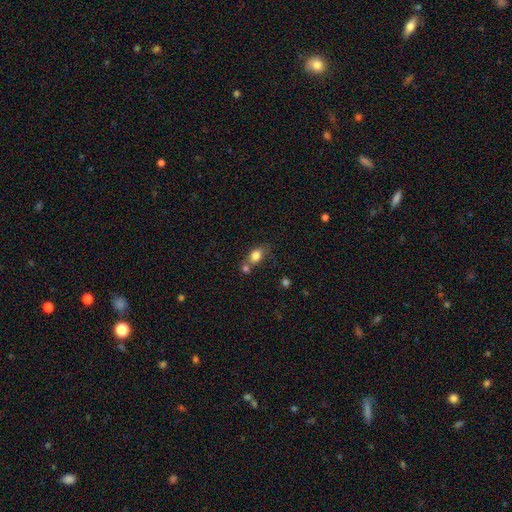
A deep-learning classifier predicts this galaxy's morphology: type=smooth (81%); roundness=in between (66%); merging=none (41%).